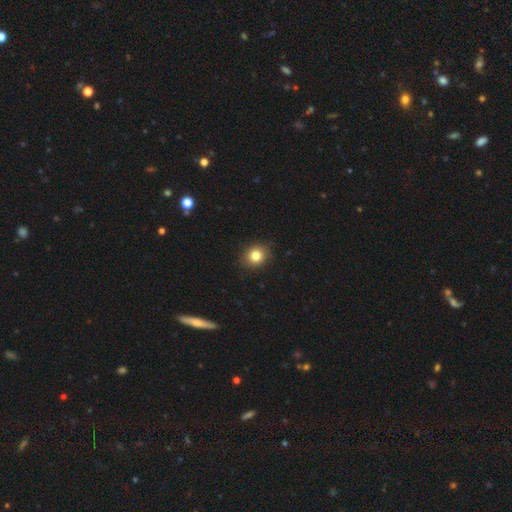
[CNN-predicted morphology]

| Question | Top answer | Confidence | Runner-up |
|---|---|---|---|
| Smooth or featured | smooth | 83% | star or artifact (11%) |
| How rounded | round | 74% | in between (25%) |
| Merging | none | 89% | minor disturbance (8%) |